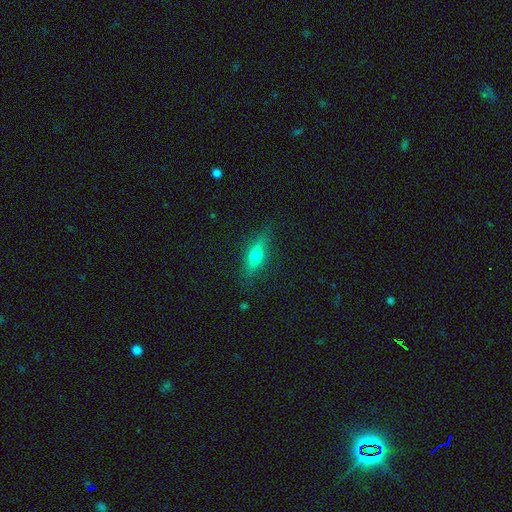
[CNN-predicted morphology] Smooth or featured? Predicted: smooth (p=0.49). Merging? Predicted: none (p=0.82).